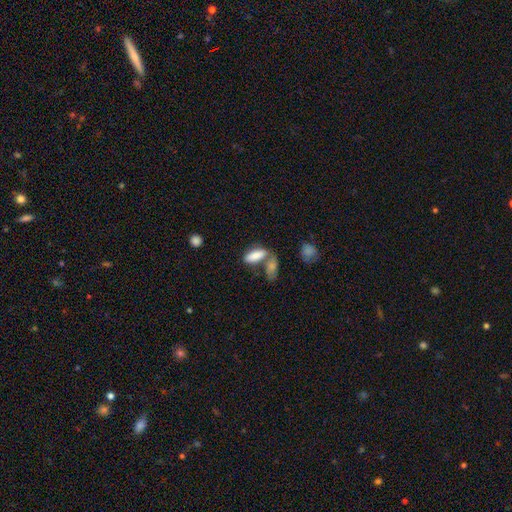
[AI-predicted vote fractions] Morphology: type=smooth (84%); roundness=in between (73%); merging=none (44%).